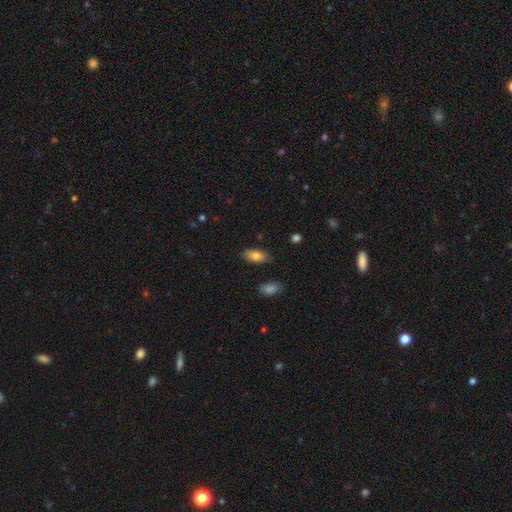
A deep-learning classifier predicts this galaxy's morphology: The model was most divided on "merging": none: 82%, minor disturbance: 13%, major disturbance: 3%, merger: 2%. More confident: how rounded — in between (90%); smooth or featured — smooth (81%).